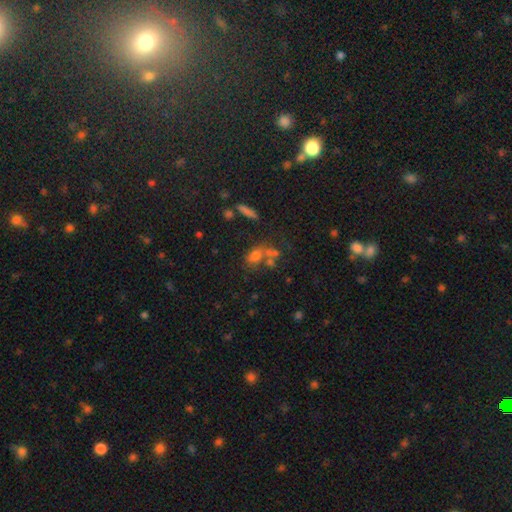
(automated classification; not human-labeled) smooth_or_featured: smooth (p=0.65) [alt: featured or disk p=0.18]
how_rounded: in between (p=0.63) [alt: round p=0.32]
merging: none (p=0.40) [alt: merger p=0.35]